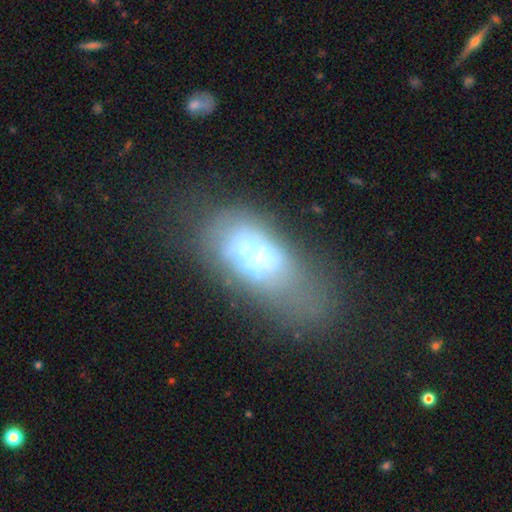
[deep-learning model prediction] Smooth or featured: featured or disk — 47% (smooth — 40%)
Merging: major disturbance — 30% (tied with merger — 30%)